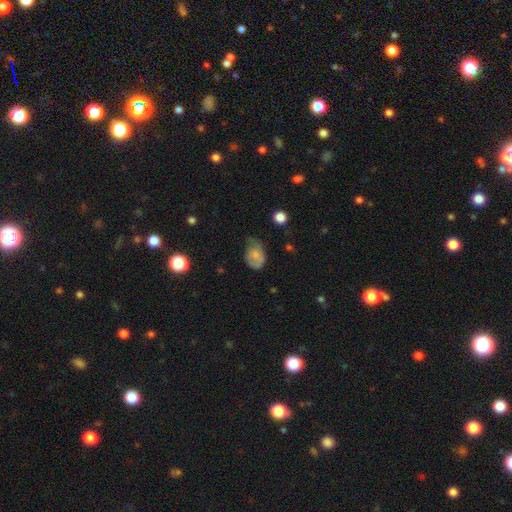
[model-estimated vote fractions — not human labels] smooth 64%, featured or disk 27%, star or artifact 9%. Down the decision tree: how rounded — in between (75%); merging — minor disturbance (41%).